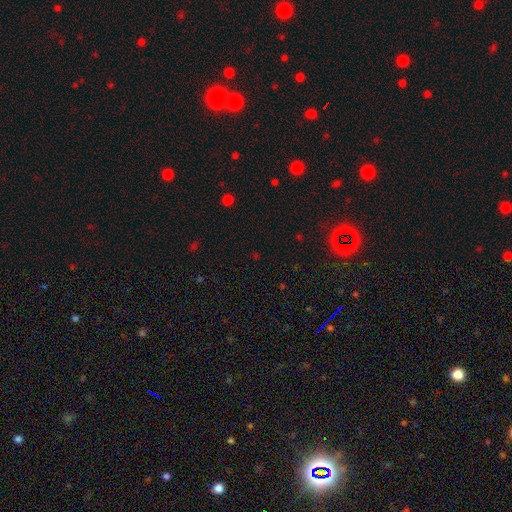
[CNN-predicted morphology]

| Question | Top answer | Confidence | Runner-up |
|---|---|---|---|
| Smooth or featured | star or artifact | 63% | smooth (30%) |